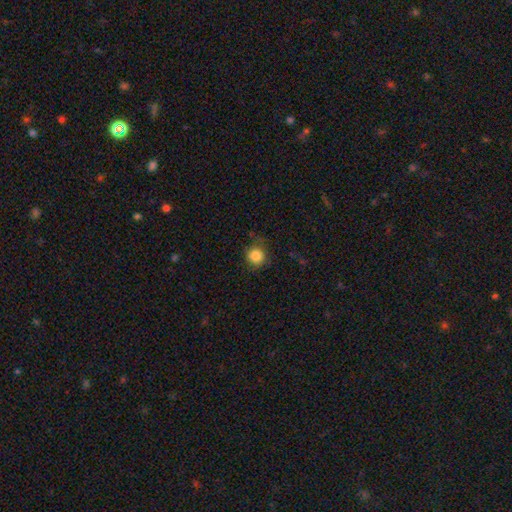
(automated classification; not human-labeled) A smooth galaxy with no disk features (85%) that is round (90%). Merging: none (76%).